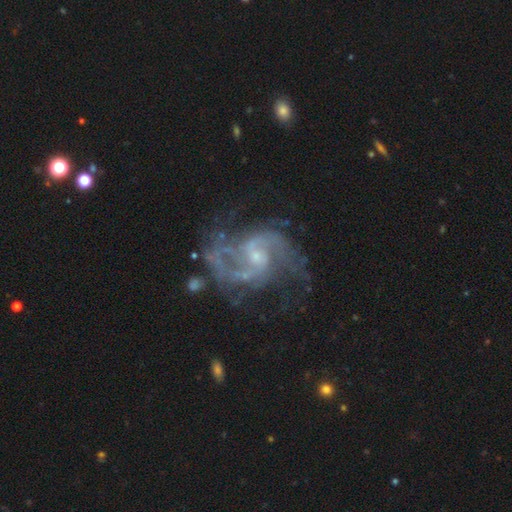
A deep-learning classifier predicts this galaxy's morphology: Smooth or featured: featured or disk — 89% (star or artifact — 7%)
Edge-on disk: no — 98% (yes — 2%)
Bar: no — 48% (weak — 44%)
Spiral arms: yes — 96% (no — 4%)
Spiral winding: medium — 55% (loose — 29%)
Spiral arm count: 2 — 78% (can't tell — 7%)
Bulge size: small — 68% (moderate — 24%)
Merging: none — 56% (major disturbance — 21%)